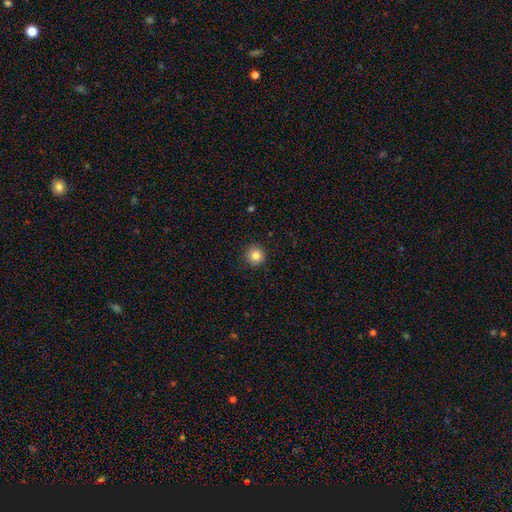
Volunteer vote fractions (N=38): A smooth galaxy with no disk features (79%) that is round (97%).

Vote fractions:
- Smooth or featured? smooth: 79% / featured or disk: 13% / star or artifact: 8%
- How rounded? round: 97% / in between: 3% / cigar-shaped: 0%
- Merging? none: 91% / minor disturbance: 6% / major disturbance: 3% / merger: 0%